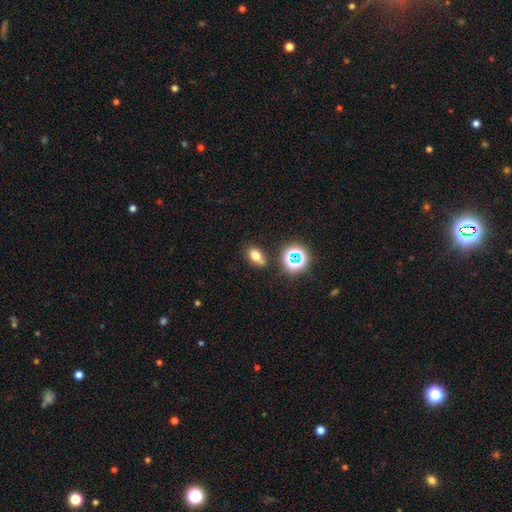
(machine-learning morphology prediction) Overall: smooth (70%). How rounded: in between (75%). Merging: none (64%).